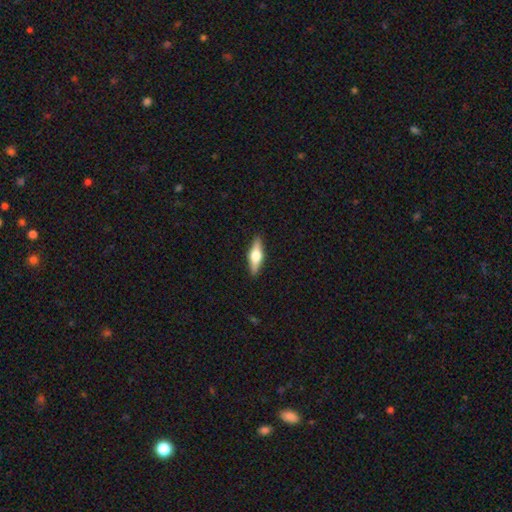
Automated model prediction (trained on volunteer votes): Smooth or featured?
  - featured or disk: 57% *
  - smooth: 37%
  - star or artifact: 6%
Edge-on disk?
  - yes: 95% *
  - no: 5%
Edge-on bulge?
  - rounded: 95% *
  - boxy: 4%
  - none: 2%
Merging?
  - none: 91% *
  - minor disturbance: 7%
  - major disturbance: 2%
  - merger: 1%